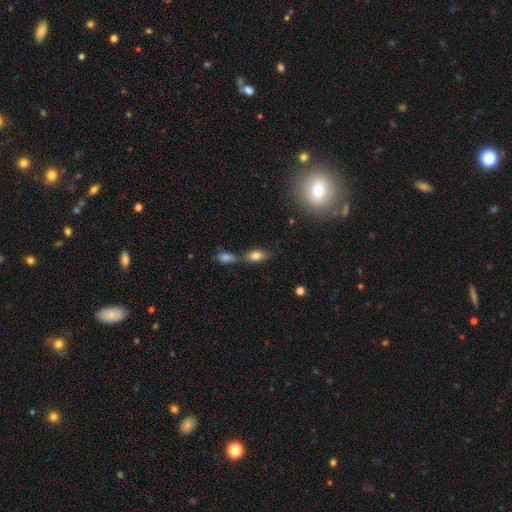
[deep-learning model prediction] Q: Smooth or featured?
A: smooth (77%); runner-up: featured or disk (13%)
Q: How rounded?
A: in between (86%); runner-up: cigar-shaped (7%)
Q: Merging?
A: none (51%); runner-up: merger (32%)